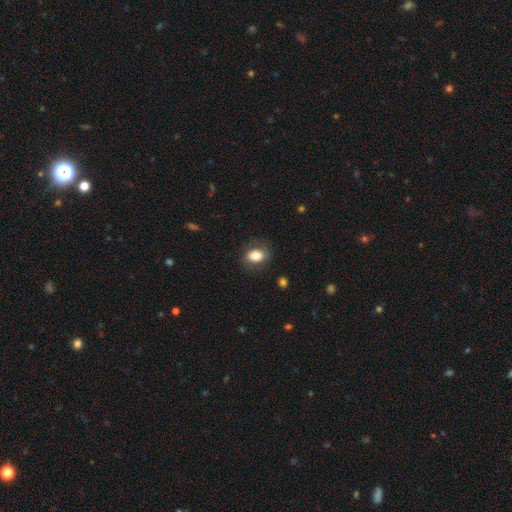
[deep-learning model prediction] Smooth or featured: smooth — 81% (featured or disk — 11%)
How rounded: in between — 68% (round — 31%)
Merging: none — 80% (minor disturbance — 14%)